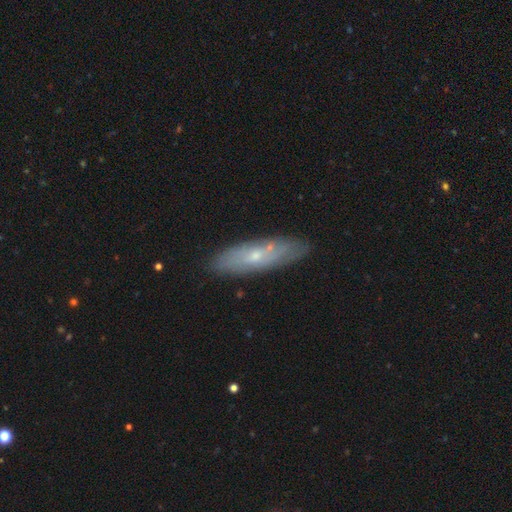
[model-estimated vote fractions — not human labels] This is possibly a featured or disk galaxy (52%). It is likely not viewed edge-on (65%). Merging: clearly none (81%).